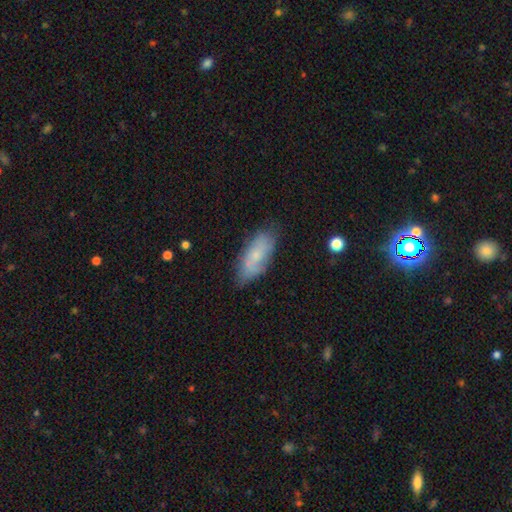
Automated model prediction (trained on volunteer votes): smooth-or-featured: smooth: 57% | featured or disk: 36% | star or artifact: 7%
  how-rounded: in between: 82% | cigar-shaped: 15% | round: 2%
  merging: none: 69% | minor disturbance: 23% | major disturbance: 5% | merger: 2%